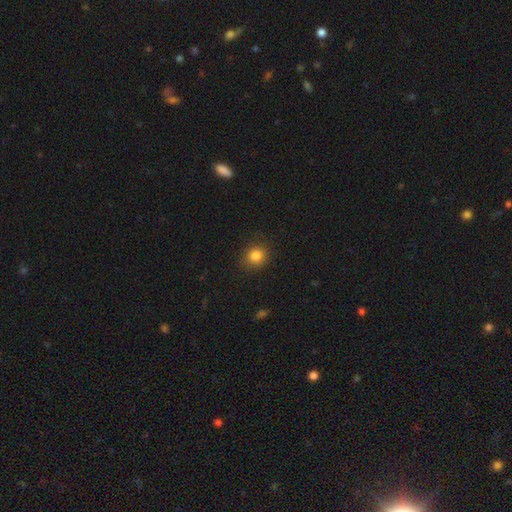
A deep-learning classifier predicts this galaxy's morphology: smooth 84%, star or artifact 11%, featured or disk 5%. Down the decision tree: how rounded — round (82%); merging — none (86%).